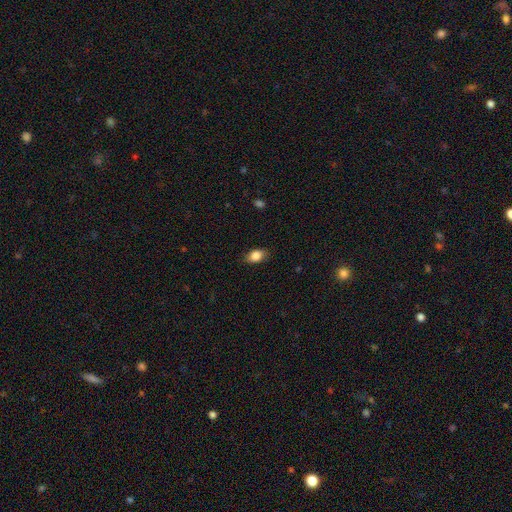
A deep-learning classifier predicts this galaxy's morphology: A smooth galaxy with no disk features (86%) that is in between round and cigar-shaped (82%). Merging: none (82%).